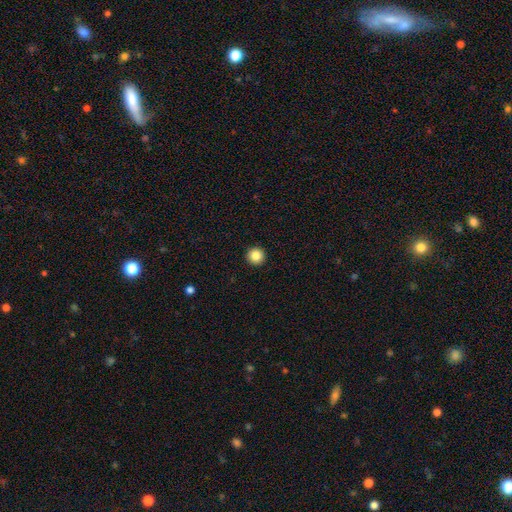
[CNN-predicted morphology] Smooth or featured? smooth (86%)
How rounded? round (96%)
Merging? none (94%)